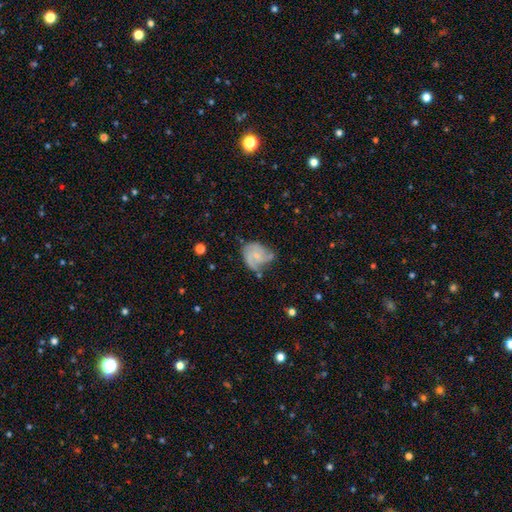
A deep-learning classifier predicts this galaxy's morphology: Smooth or featured: featured or disk — 72% (smooth — 21%)
Edge-on disk: no — 98% (yes — 2%)
Bar: no — 64% (weak — 32%)
Spiral arms: yes — 91% (no — 9%)
Spiral winding: medium — 45% (tight — 39%)
Spiral arm count: 3 — 35% (2 — 31%)
Bulge size: small — 65% (moderate — 20%)
Merging: none — 46% (minor disturbance — 31%)